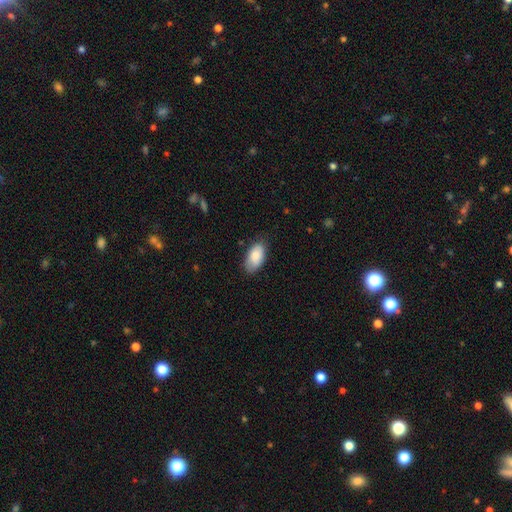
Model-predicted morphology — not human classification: This appears to be a smooth galaxy with no disk features (87%) that is in between round and cigar-shaped (94%). Merging: none (76%).